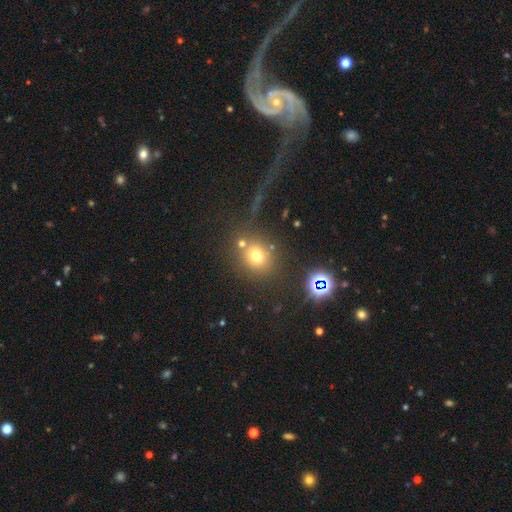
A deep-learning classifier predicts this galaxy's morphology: A smooth galaxy with no disk features (68%) that is round (70%). Merging: none (67%).